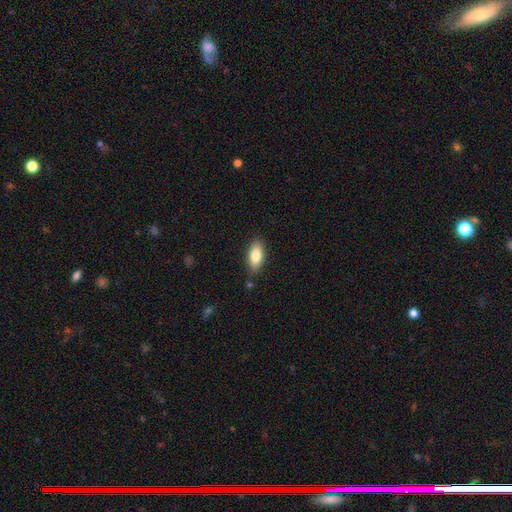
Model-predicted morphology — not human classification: This is clearly a smooth galaxy (81%). How rounded: clearly in between (86%). Merging: clearly none (84%).